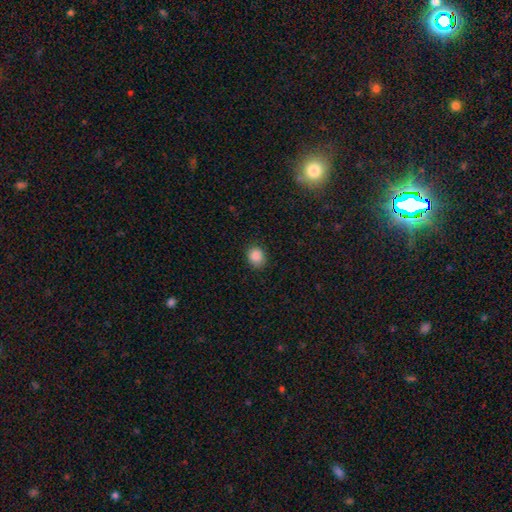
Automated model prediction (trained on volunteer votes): Q: Smooth or featured?
A: smooth (87%); runner-up: star or artifact (10%)
Q: How rounded?
A: round (71%); runner-up: in between (28%)
Q: Merging?
A: none (87%); runner-up: minor disturbance (10%)